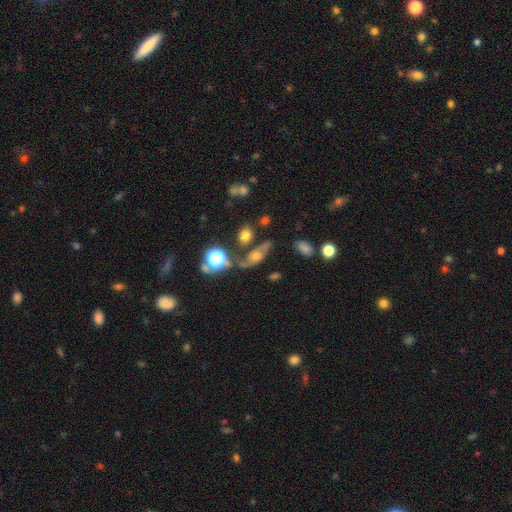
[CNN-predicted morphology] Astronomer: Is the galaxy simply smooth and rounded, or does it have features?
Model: featured or disk — 48% (runner-up: smooth, 35%).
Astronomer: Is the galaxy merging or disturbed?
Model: none — 46% (runner-up: minor disturbance, 22%).